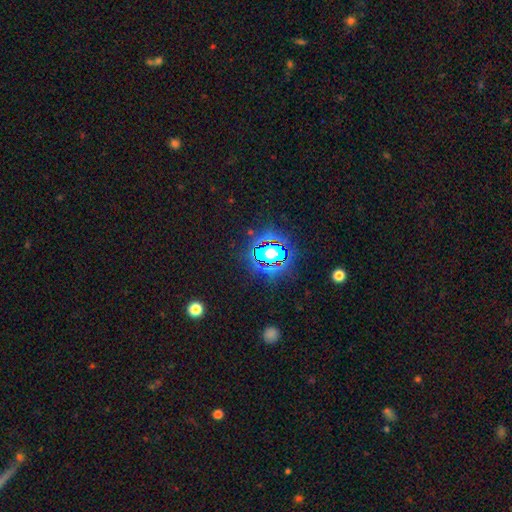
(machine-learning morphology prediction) This appears to be a star or artifact, not a galaxy (68%).